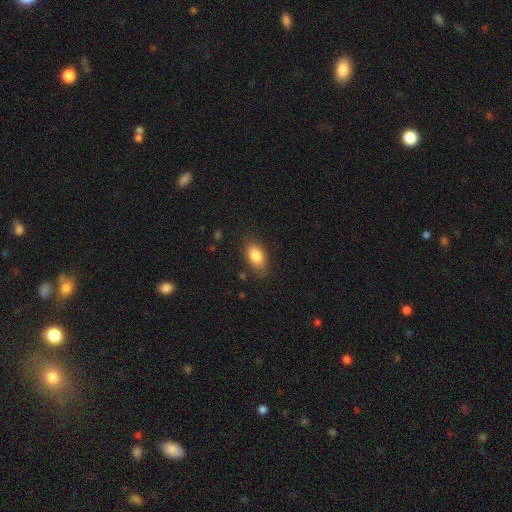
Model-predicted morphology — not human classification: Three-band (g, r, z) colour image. It shows a smooth galaxy with no disk features (84%) that is in between round and cigar-shaped (88%). Merging: none (83%).